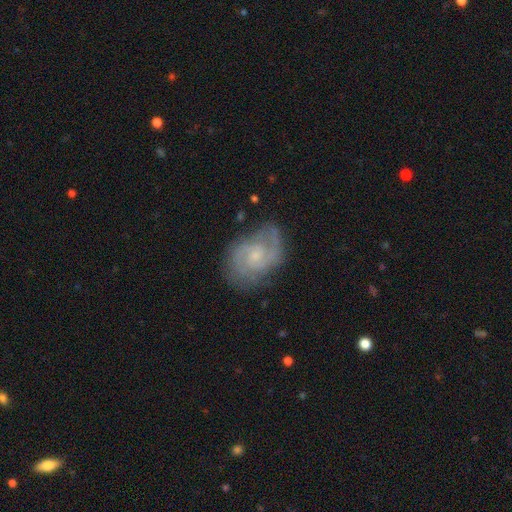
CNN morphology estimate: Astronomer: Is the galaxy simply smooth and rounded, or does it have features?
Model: featured or disk — 81%.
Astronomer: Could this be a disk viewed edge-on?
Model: no — 97%.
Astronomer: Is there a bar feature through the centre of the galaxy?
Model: no — 60% (runner-up: weak, 36%).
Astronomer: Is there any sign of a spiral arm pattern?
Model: yes — 94%.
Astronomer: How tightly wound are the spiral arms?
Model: medium — 48% (runner-up: tight, 37%).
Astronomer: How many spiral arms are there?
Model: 2 — 70%.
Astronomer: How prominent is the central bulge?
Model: small — 63%.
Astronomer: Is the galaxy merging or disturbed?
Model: none — 71%.